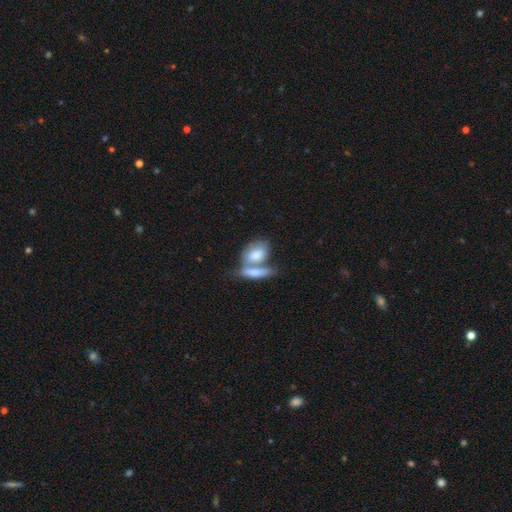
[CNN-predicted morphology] Smooth or featured?
  - smooth: 69% *
  - featured or disk: 24%
  - star or artifact: 7%
How rounded?
  - in between: 79% *
  - cigar-shaped: 12%
  - round: 8%
Merging?
  - merger: 60% *
  - none: 26%
  - minor disturbance: 9%
  - major disturbance: 6%